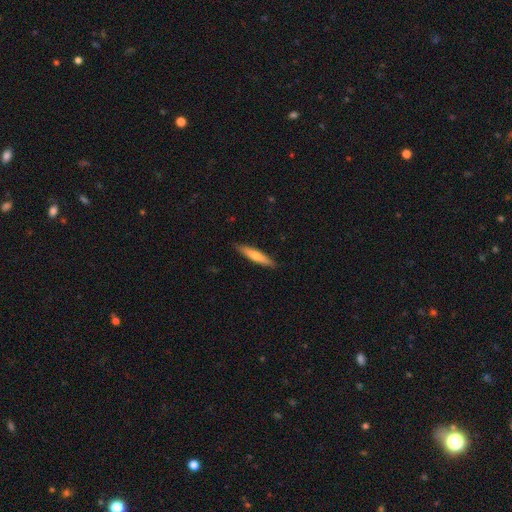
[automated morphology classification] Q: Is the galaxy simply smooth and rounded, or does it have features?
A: smooth — 62%.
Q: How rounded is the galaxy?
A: cigar-shaped — 87%.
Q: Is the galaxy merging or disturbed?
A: none — 89%.